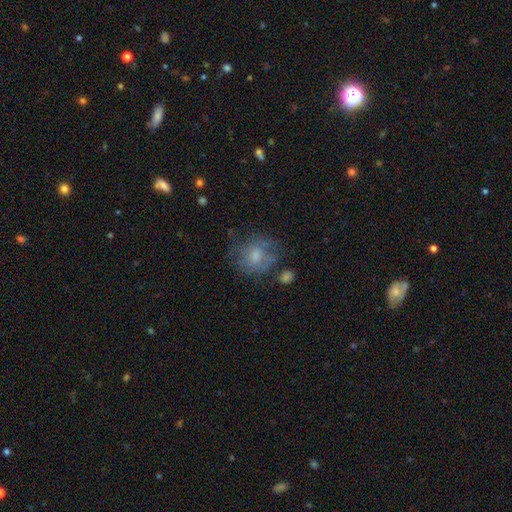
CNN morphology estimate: Smooth or featured: smooth — 54% (featured or disk — 35%)
How rounded: round — 68% (in between — 31%)
Merging: none — 55% (minor disturbance — 23%)